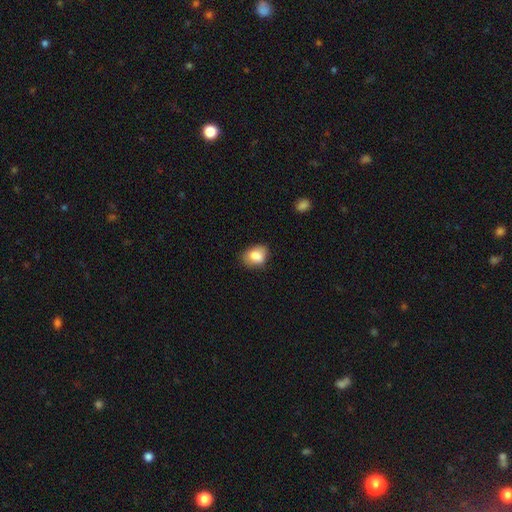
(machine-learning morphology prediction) Overall: smooth (82%). How rounded: in between (66%; round 32%). Merging: none (66%).